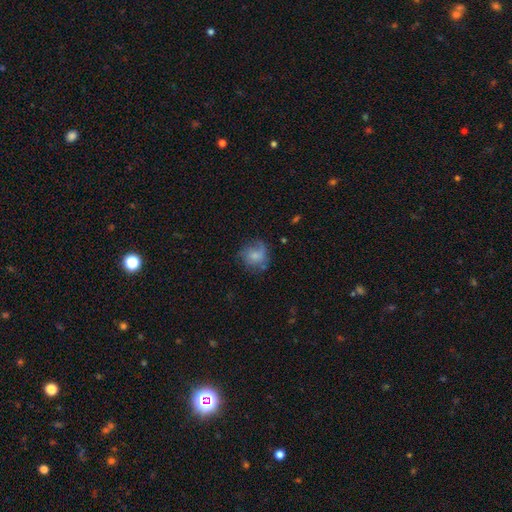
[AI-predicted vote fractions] smooth_or_featured: smooth (p=0.58) [alt: featured or disk p=0.33]
how_rounded: round (p=0.78) [alt: in between p=0.21]
merging: none (p=0.55) [alt: minor disturbance p=0.25]